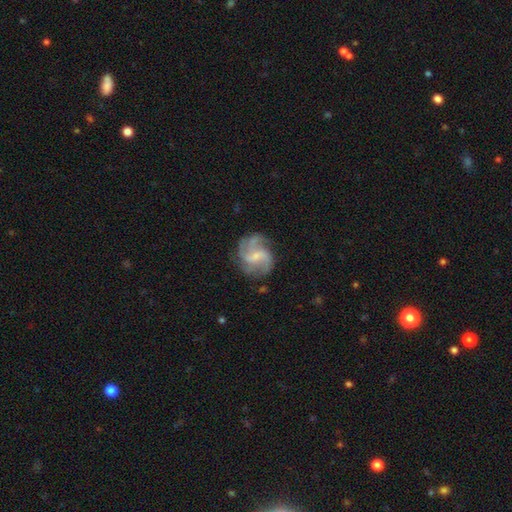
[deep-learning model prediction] This is clearly a featured or disk galaxy (80%). It is clearly not viewed edge-on (98%). Bar: possibly weak (55%). Spiral arm pattern: clearly yes (93%). Spiral arm count: marginally 3 (35%). Spiral winding: possibly medium (48%). Central bulge: possibly small (51%). Merging: likely none (68%).